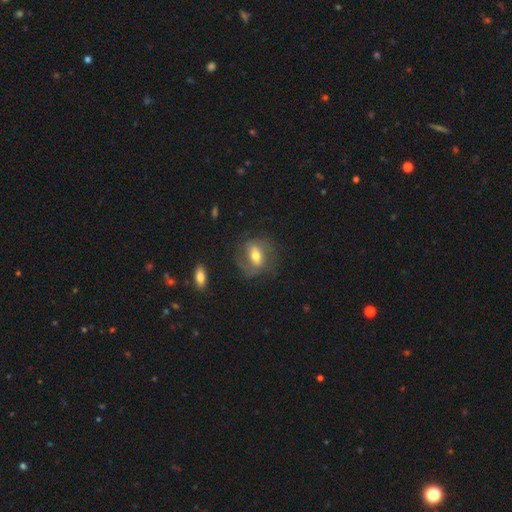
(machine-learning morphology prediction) A featured or disk galaxy (55%) with a weak bar (41%), spiral arms (73%) and a moderate central bulge (65%).

Vote fractions:
- Smooth or featured? featured or disk: 55% / smooth: 37% / star or artifact: 8%
- Edge-on disk? no: 92% / yes: 8%
- Bar? weak: 41% / strong: 34% / no: 26%
- Spiral arms? yes: 73% / no: 27%
- Bulge size? moderate: 65% / small: 19% / large: 14% / dominant: 2% / none: 2%
- Merging? none: 62% / minor disturbance: 20% / major disturbance: 16% / merger: 2%